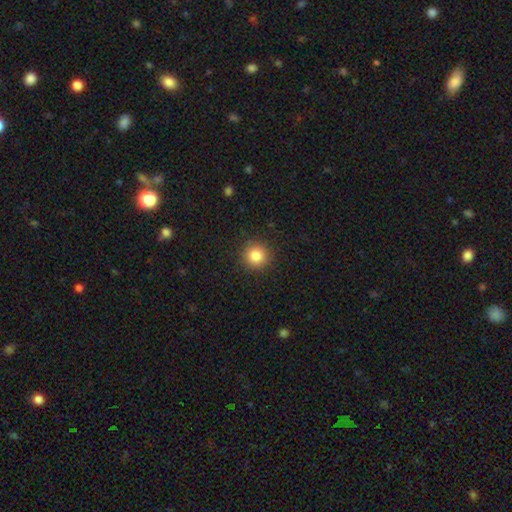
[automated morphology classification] type=smooth (84%); roundness=round (94%); merging=none (91%).